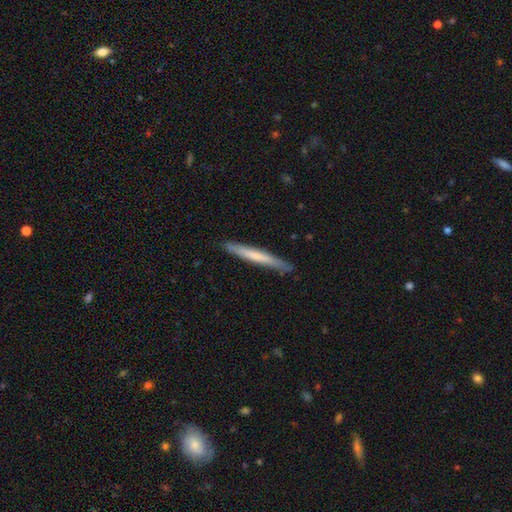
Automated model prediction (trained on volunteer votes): smooth_or_featured: smooth (p=0.56) [alt: featured or disk p=0.39]
how_rounded: cigar-shaped (p=0.97) [alt: in between p=0.02]
merging: none (p=0.87) [alt: minor disturbance p=0.10]